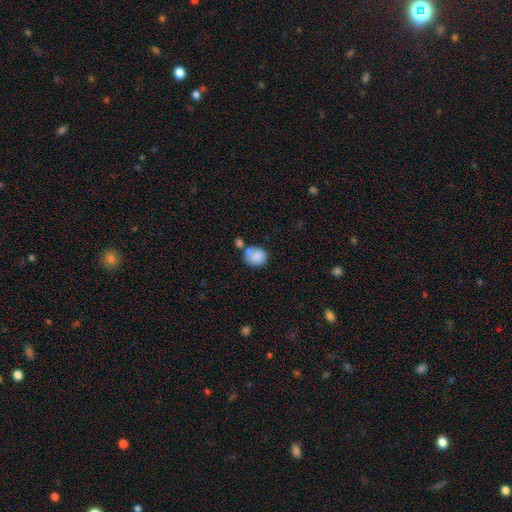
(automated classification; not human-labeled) smooth_or_featured: smooth (p=0.84) [alt: featured or disk p=0.08]
how_rounded: round (p=0.63) [alt: in between p=0.36]
merging: none (p=0.50) [alt: merger p=0.27]